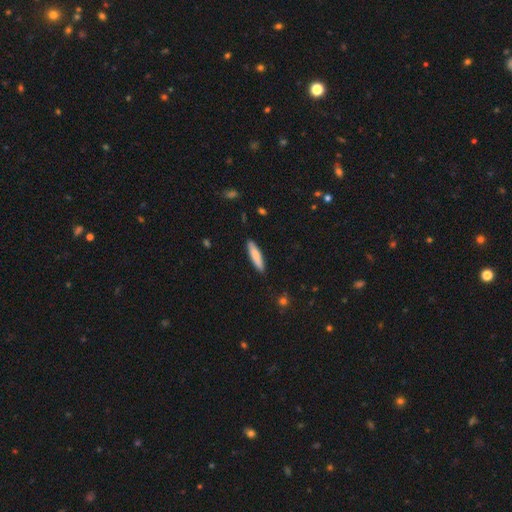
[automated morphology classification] Q: Smooth or featured?
A: smooth (78%); runner-up: featured or disk (16%)
Q: How rounded?
A: cigar-shaped (78%); runner-up: in between (20%)
Q: Merging?
A: none (89%); runner-up: minor disturbance (9%)